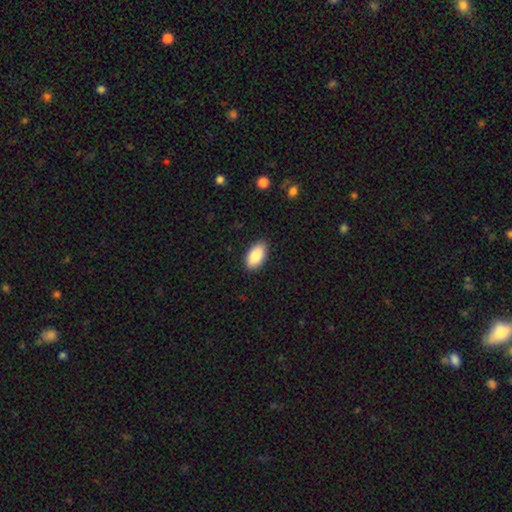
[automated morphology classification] Q: Smooth or featured?
A: smooth (88%); runner-up: star or artifact (6%)
Q: How rounded?
A: in between (94%); runner-up: cigar-shaped (3%)
Q: Merging?
A: none (89%); runner-up: minor disturbance (9%)